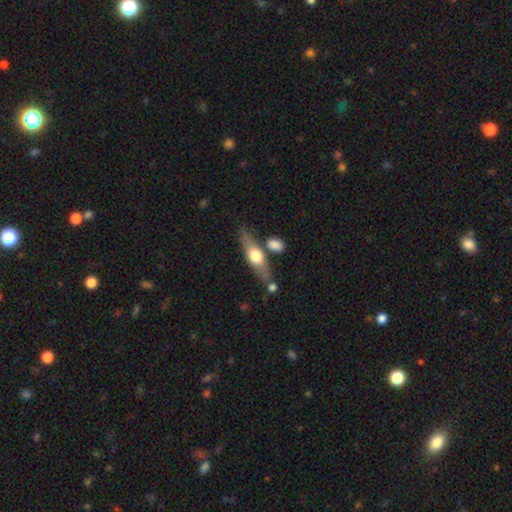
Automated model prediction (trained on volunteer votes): Smooth or featured: featured or disk — 50% (smooth — 45%)
Merging: none — 69% (merger — 14%)